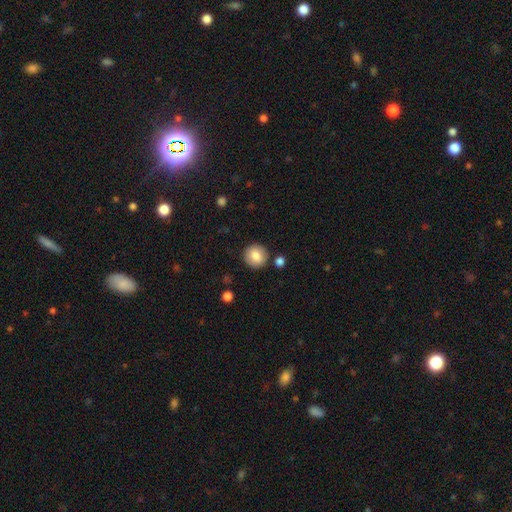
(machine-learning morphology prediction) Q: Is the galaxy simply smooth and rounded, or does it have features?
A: smooth — 84%.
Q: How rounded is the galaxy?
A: round — 93%.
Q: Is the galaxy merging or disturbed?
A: none — 87%.